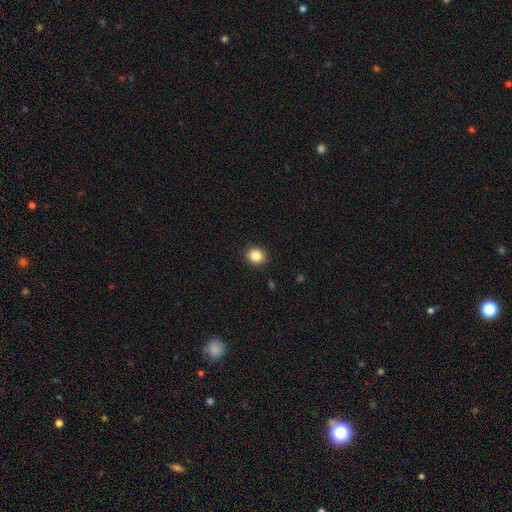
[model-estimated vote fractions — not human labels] Smooth or featured?
  - smooth: 85% *
  - star or artifact: 10%
  - featured or disk: 5%
How rounded?
  - round: 78% *
  - in between: 21%
  - cigar-shaped: 1%
Merging?
  - none: 92% *
  - minor disturbance: 6%
  - major disturbance: 2%
  - merger: 1%